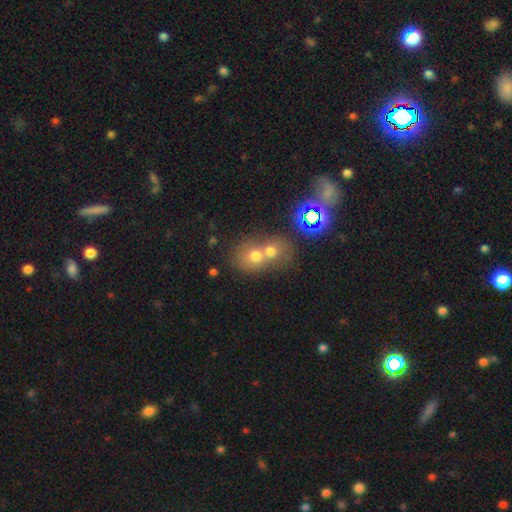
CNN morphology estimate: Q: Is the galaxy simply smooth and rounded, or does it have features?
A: smooth — 63%.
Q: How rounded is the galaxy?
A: round — 71%.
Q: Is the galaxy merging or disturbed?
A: merger — 66%.